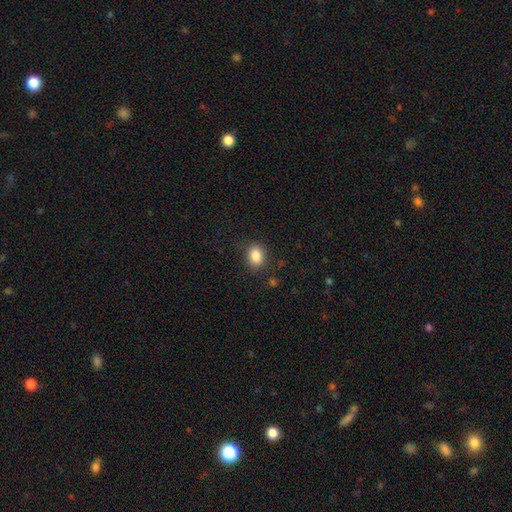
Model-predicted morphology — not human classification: A smooth galaxy with no disk features (85%) that is in between round and cigar-shaped (61%). Merging: none (83%).